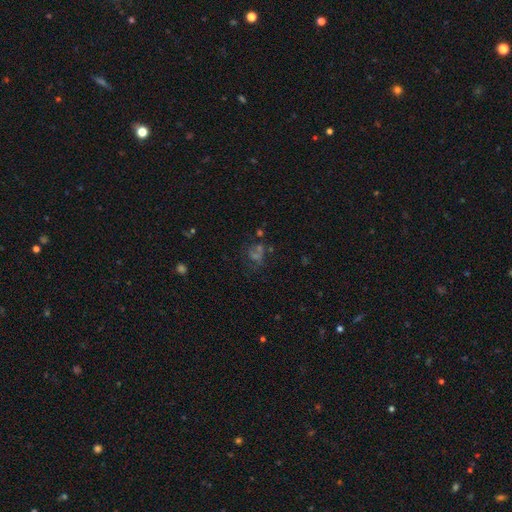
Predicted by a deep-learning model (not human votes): This appears to be a star or artifact, not a galaxy (39%).